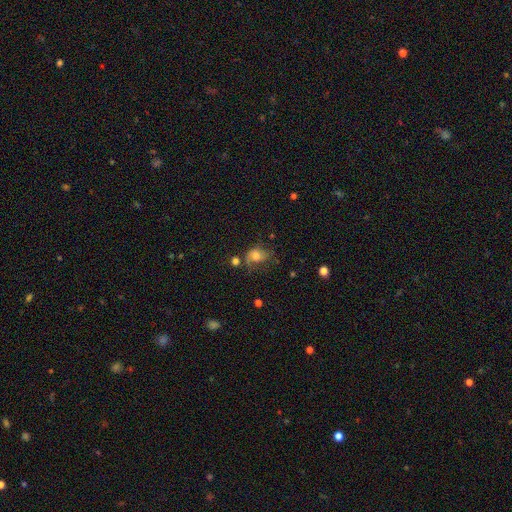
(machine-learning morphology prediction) This is likely a smooth galaxy (62%). How rounded: possibly in between (55%). Merging: marginally none (42%).